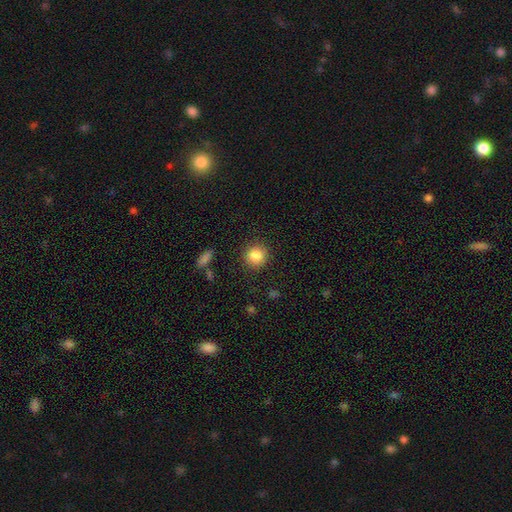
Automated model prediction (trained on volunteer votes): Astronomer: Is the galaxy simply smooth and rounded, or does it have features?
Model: smooth — 85%.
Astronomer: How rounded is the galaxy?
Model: round — 89%.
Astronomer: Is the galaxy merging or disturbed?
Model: none — 89%.